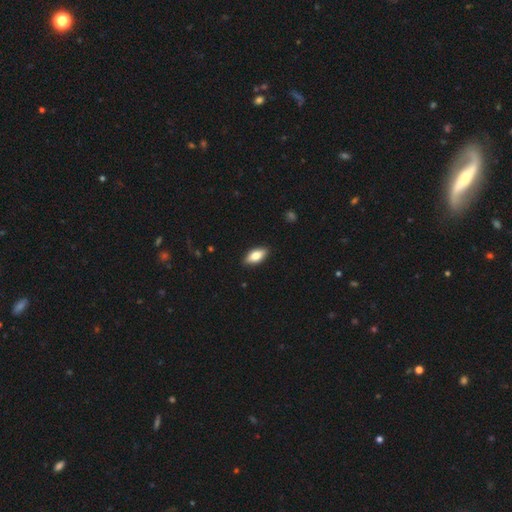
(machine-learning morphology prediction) A smooth galaxy with no disk features (76%) that is in between round and cigar-shaped (87%).

Vote fractions:
- Smooth or featured? smooth: 76% / featured or disk: 18% / star or artifact: 6%
- How rounded? in between: 87% / cigar-shaped: 10% / round: 3%
- Merging? none: 88% / minor disturbance: 9% / major disturbance: 2% / merger: 1%